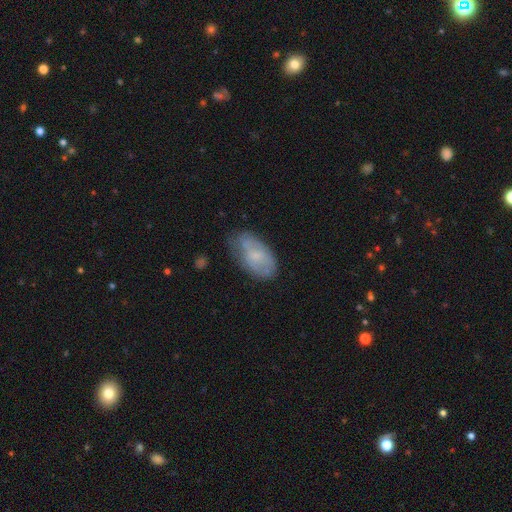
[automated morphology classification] A smooth galaxy with no disk features (55%) that is in between round and cigar-shaped (92%). Merging: none (59%).